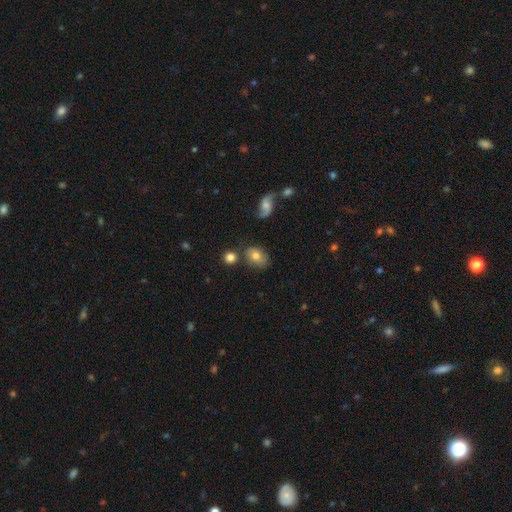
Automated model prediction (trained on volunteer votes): smooth-or-featured: smooth: 67% | featured or disk: 24% | star or artifact: 9%
  how-rounded: in between: 67% | round: 31% | cigar-shaped: 2%
  merging: none: 65% | minor disturbance: 19% | merger: 10% | major disturbance: 6%